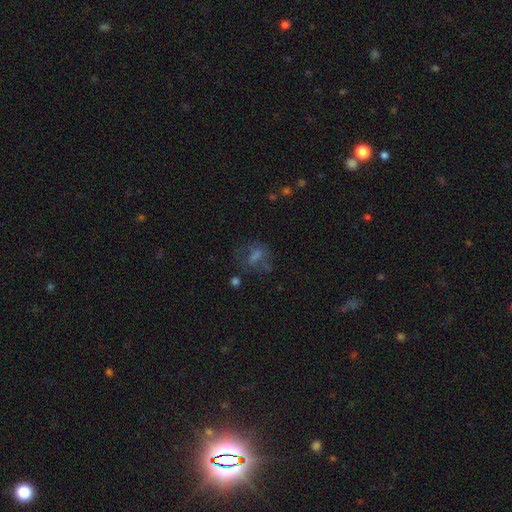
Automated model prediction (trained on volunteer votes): Smooth or featured? smooth (38%)
Merging? none (57%)